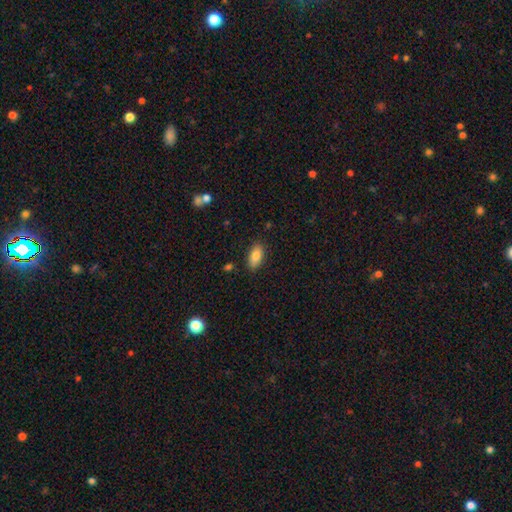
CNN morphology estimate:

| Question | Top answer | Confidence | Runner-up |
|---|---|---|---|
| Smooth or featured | smooth | 84% | featured or disk (9%) |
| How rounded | in between | 90% | cigar-shaped (8%) |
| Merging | none | 85% | minor disturbance (11%) |